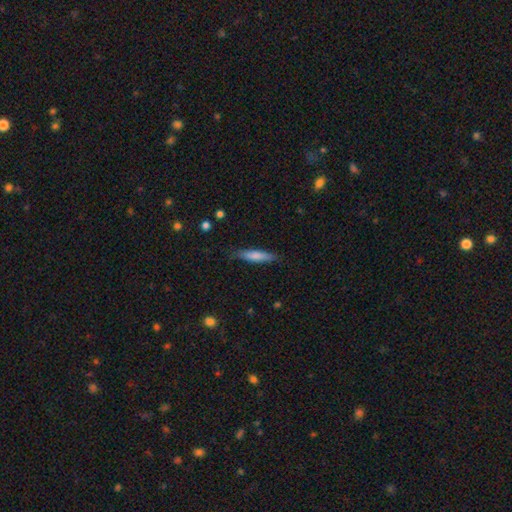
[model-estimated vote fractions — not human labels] Smooth or featured? smooth (75%)
How rounded? cigar-shaped (80%)
Merging? none (80%)